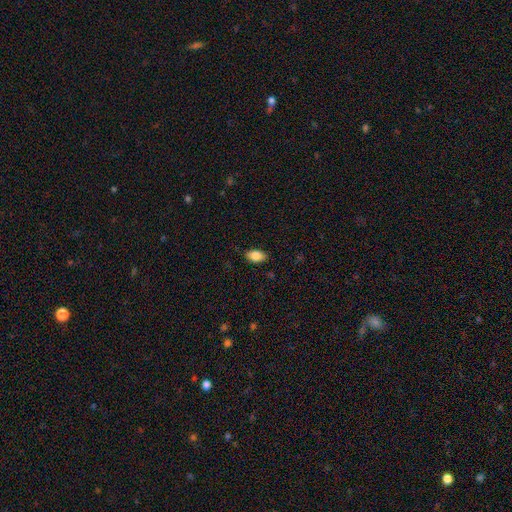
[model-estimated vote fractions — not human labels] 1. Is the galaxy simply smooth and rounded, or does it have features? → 85% smooth, 8% star or artifact, 7% featured or disk.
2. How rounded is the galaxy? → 90% in between, 9% round, 2% cigar-shaped.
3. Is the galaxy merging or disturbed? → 85% none, 11% minor disturbance, 2% major disturbance, 1% merger.